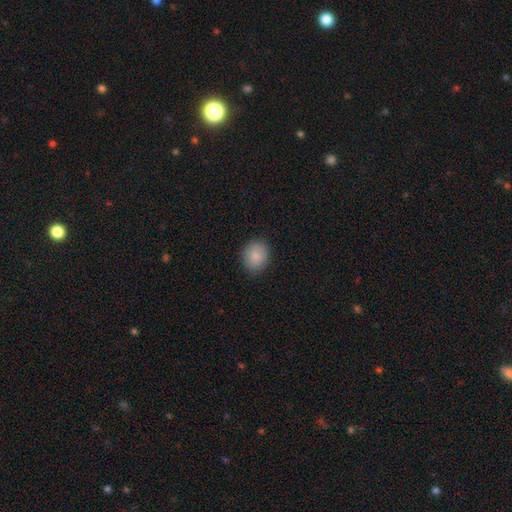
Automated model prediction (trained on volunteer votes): Q: Smooth or featured?
A: smooth (87%); runner-up: star or artifact (8%)
Q: How rounded?
A: round (63%); runner-up: in between (36%)
Q: Merging?
A: none (86%); runner-up: minor disturbance (10%)